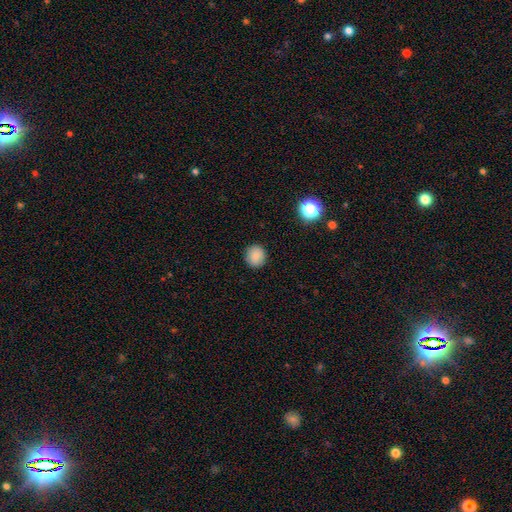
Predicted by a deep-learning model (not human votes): A smooth galaxy with no disk features (85%) that is round (83%).

Vote fractions:
- Smooth or featured? smooth: 85% / star or artifact: 10% / featured or disk: 5%
- How rounded? round: 83% / in between: 16% / cigar-shaped: 1%
- Merging? none: 90% / minor disturbance: 7% / major disturbance: 2% / merger: 1%